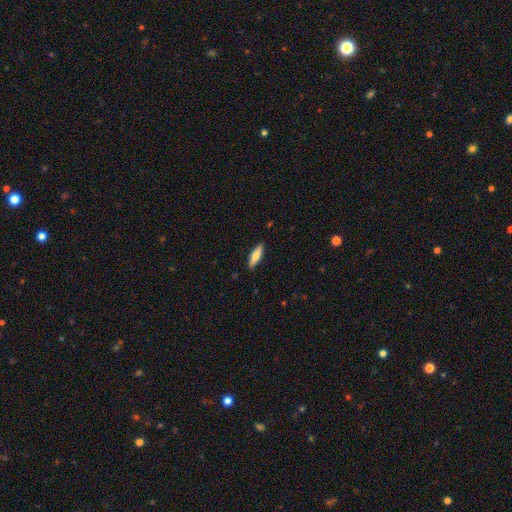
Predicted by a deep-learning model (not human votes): This appears to be a smooth galaxy with no disk features (76%) that is cigar-shaped (55%). Merging: none (89%).